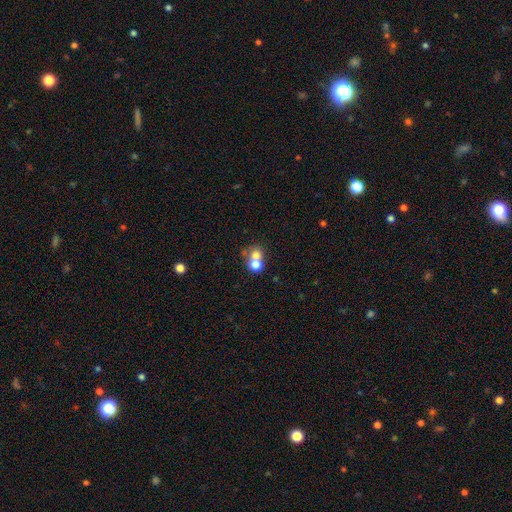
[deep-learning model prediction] Smooth or featured?
  - smooth: 69% *
  - featured or disk: 18%
  - star or artifact: 13%
How rounded?
  - round: 75% *
  - in between: 24%
  - cigar-shaped: 1%
Merging?
  - merger: 62% *
  - none: 29%
  - minor disturbance: 5%
  - major disturbance: 4%